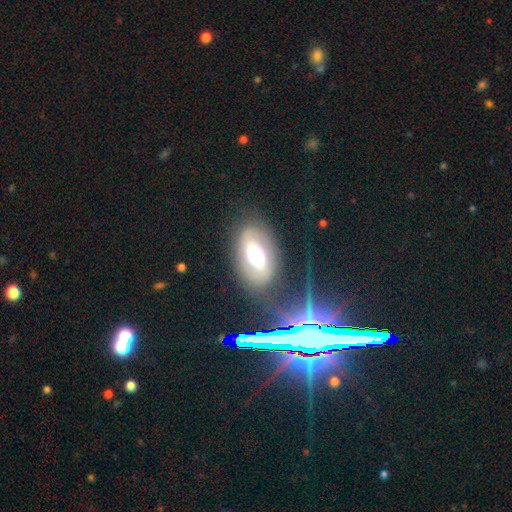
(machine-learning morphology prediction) Smooth or featured?
  - featured or disk: 49% *
  - smooth: 40%
  - star or artifact: 11%
Merging?
  - none: 77% *
  - minor disturbance: 13%
  - major disturbance: 7%
  - merger: 4%